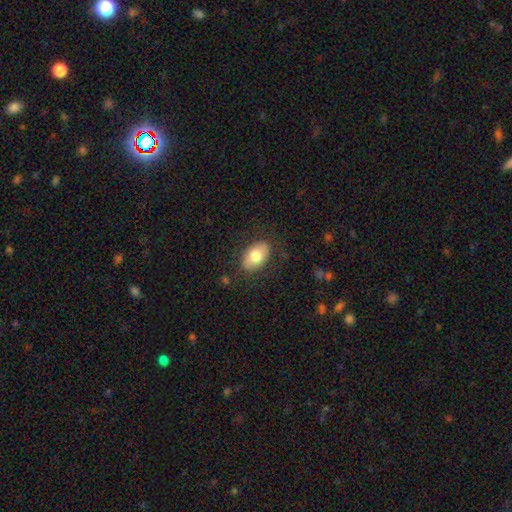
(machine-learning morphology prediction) Smooth or featured?
  - smooth: 74% *
  - featured or disk: 19%
  - star or artifact: 6%
How rounded?
  - in between: 90% *
  - round: 9%
  - cigar-shaped: 1%
Merging?
  - none: 82% *
  - minor disturbance: 12%
  - major disturbance: 4%
  - merger: 1%